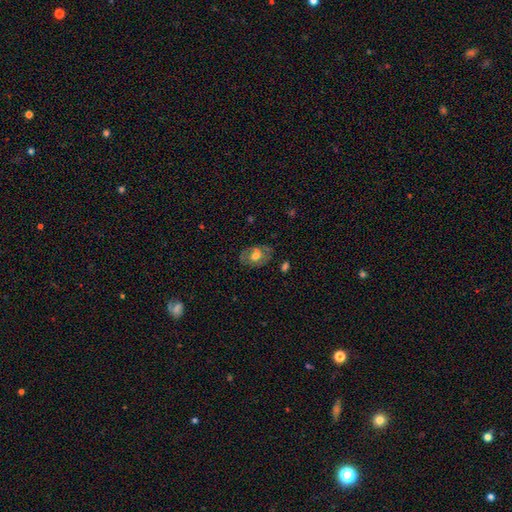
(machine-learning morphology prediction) This is possibly a smooth galaxy (46%, tied with featured or disk). Merging: likely none (70%).